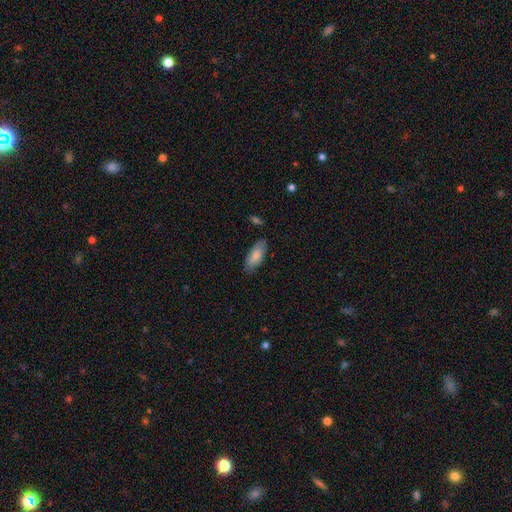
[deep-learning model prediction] Q: Smooth or featured?
A: smooth (82%); runner-up: featured or disk (12%)
Q: How rounded?
A: in between (81%); runner-up: cigar-shaped (17%)
Q: Merging?
A: none (81%); runner-up: minor disturbance (14%)